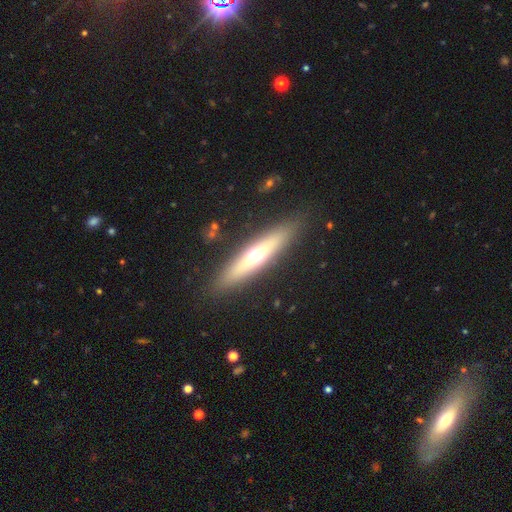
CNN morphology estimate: A featured or disk galaxy (47%). Merging: none (87%).